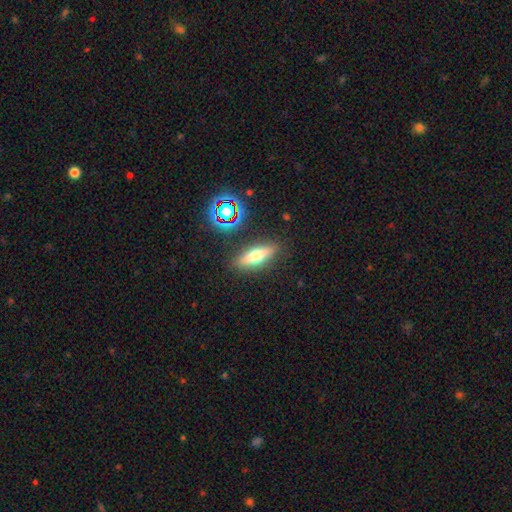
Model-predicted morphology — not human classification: This appears to be a smooth galaxy with no disk features (49%). Merging: none (85%).